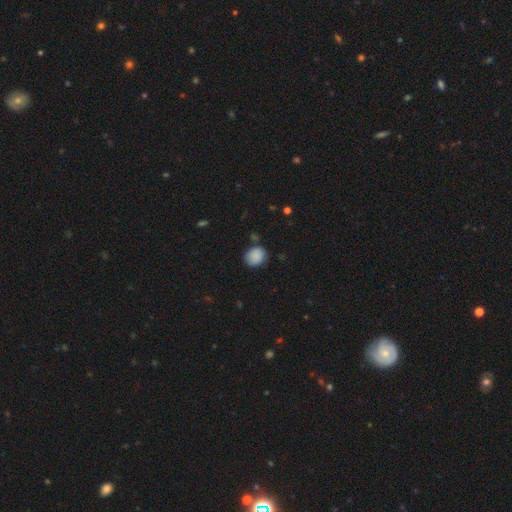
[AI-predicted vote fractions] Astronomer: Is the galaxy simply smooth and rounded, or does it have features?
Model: smooth — 88%.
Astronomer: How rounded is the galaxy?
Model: round — 69%.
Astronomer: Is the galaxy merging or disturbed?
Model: none — 76%.